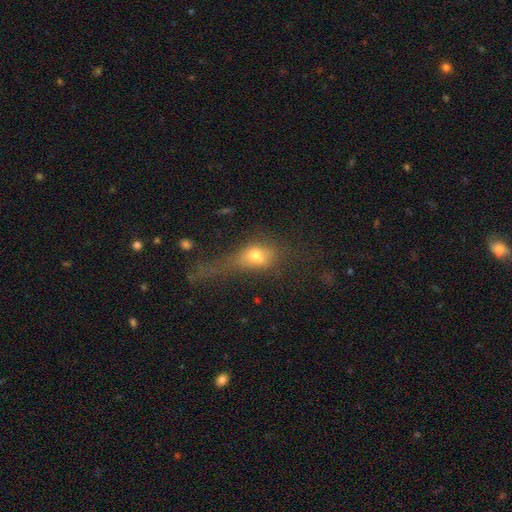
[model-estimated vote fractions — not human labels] A smooth galaxy with no disk features (63%) that is in between round and cigar-shaped (59%). Merging: major disturbance (49%).